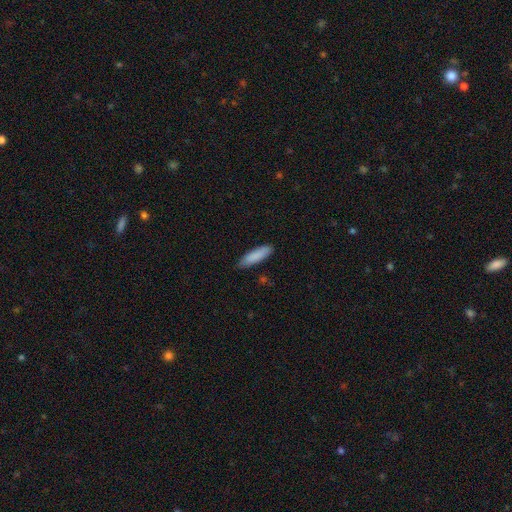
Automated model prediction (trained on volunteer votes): A smooth galaxy with no disk features (87%) that is cigar-shaped (62%).

Vote fractions:
- Smooth or featured? smooth: 87% / featured or disk: 7% / star or artifact: 6%
- How rounded? cigar-shaped: 62% / in between: 37% / round: 1%
- Merging? none: 83% / minor disturbance: 14% / major disturbance: 2% / merger: 1%